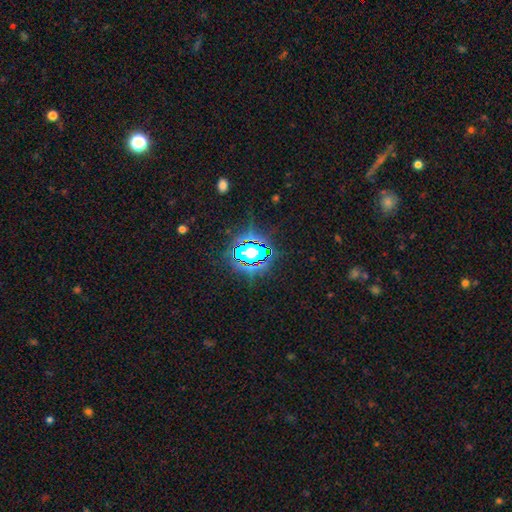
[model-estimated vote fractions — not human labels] The model was most divided on "smooth or featured": star or artifact: 80%, smooth: 12%, featured or disk: 8%.